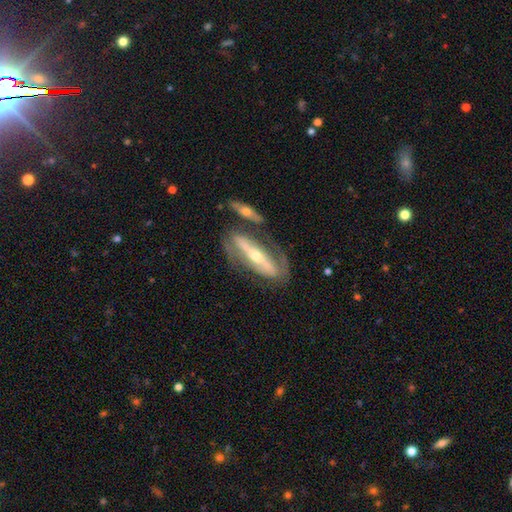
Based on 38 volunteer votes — A featured or disk galaxy (84%) with a strong bar (70%), 2 (68%) medium (53%) spiral arms (95%) and a moderate central bulge (60%). Merging: none (69%).